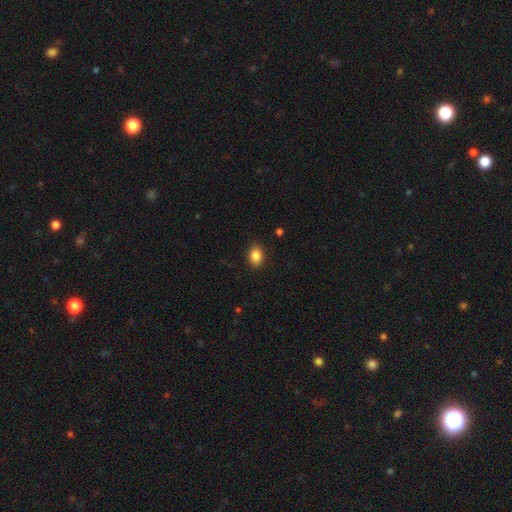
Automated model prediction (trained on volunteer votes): A smooth galaxy with no disk features (86%) that is in between round and cigar-shaped (78%). Merging: none (88%).